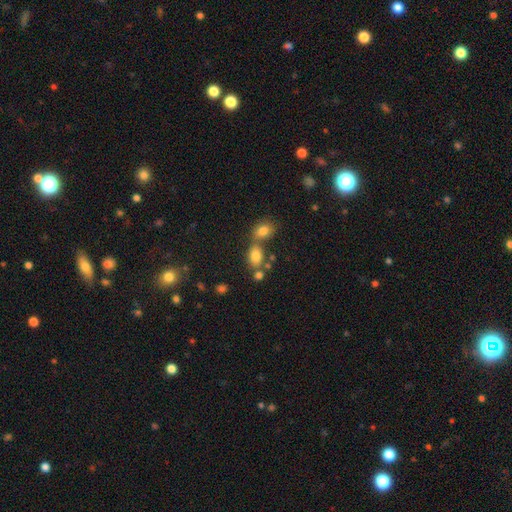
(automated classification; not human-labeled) smooth_or_featured: smooth (p=0.78) [alt: star or artifact p=0.11]
how_rounded: in between (p=0.79) [alt: round p=0.19]
merging: none (p=0.45) [alt: merger p=0.39]